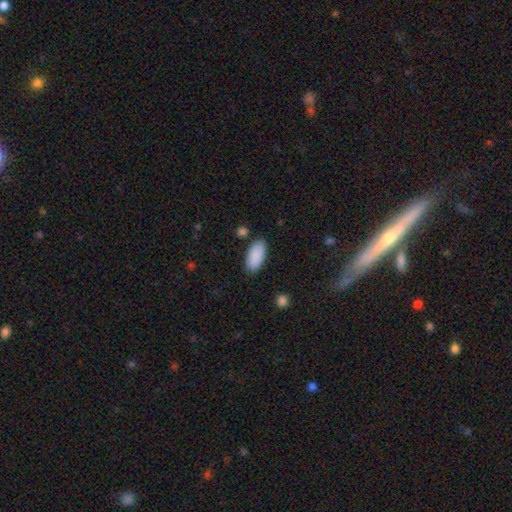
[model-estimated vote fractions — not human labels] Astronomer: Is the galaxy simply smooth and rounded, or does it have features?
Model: smooth — 90%.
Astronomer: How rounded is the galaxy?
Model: in between — 92%.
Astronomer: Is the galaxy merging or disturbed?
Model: none — 84%.